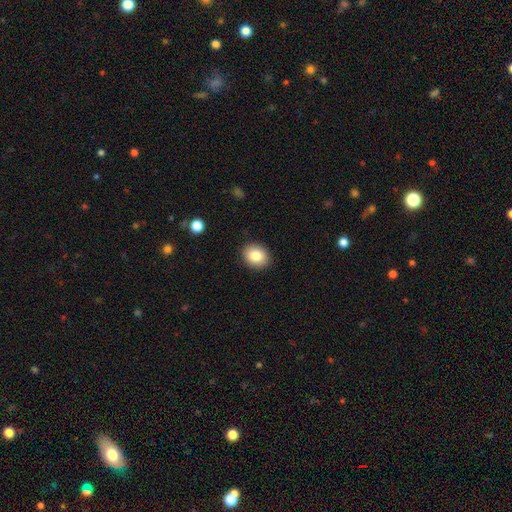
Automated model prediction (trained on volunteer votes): smooth_or_featured: smooth (p=0.83) [alt: star or artifact p=0.08]
how_rounded: round (p=0.50) [alt: in between p=0.49]
merging: none (p=0.90) [alt: minor disturbance p=0.07]